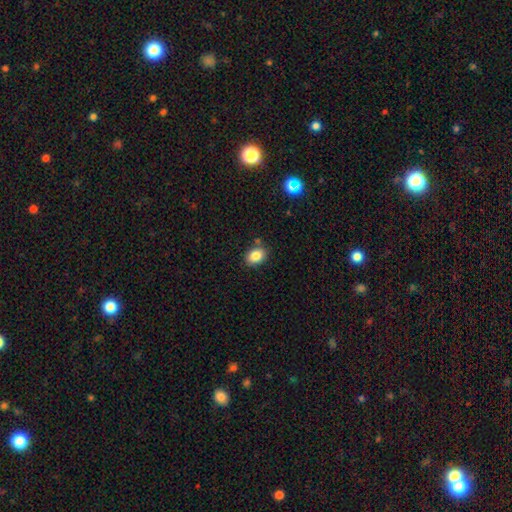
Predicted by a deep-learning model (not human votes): Smooth or featured: smooth — 84% (star or artifact — 9%)
How rounded: in between — 76% (round — 23%)
Merging: none — 82% (minor disturbance — 11%)